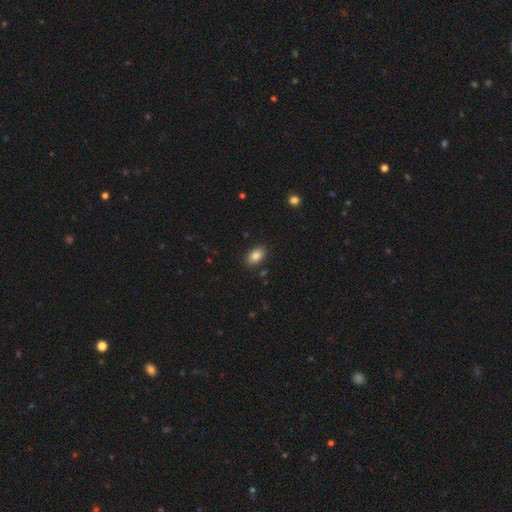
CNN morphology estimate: Smooth or featured? smooth (86%)
How rounded? in between (90%)
Merging? none (87%)